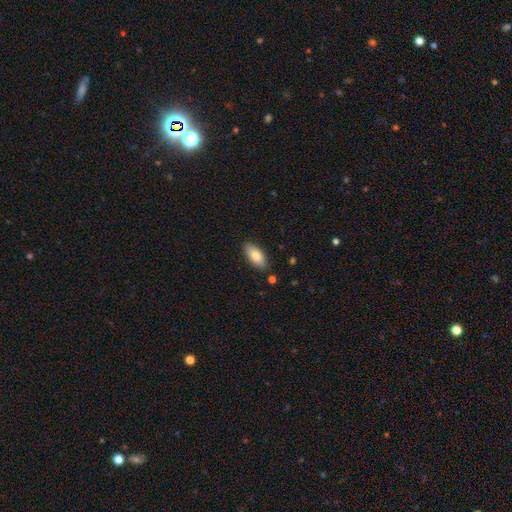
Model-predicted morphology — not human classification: Smooth or featured: smooth — 81% (featured or disk — 13%)
How rounded: in between — 87% (cigar-shaped — 11%)
Merging: none — 86% (minor disturbance — 10%)